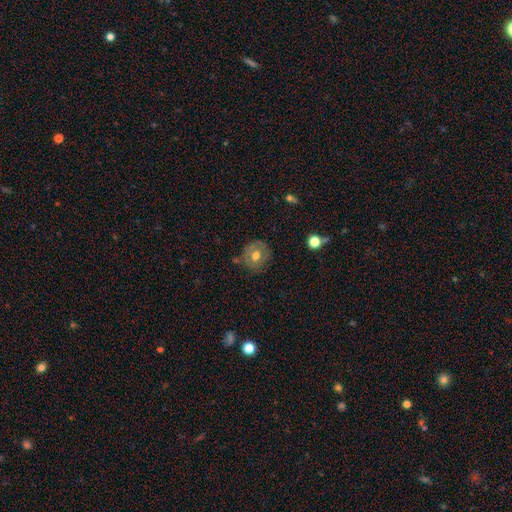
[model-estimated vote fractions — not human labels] smooth 54%, featured or disk 38%, star or artifact 8%. Down the decision tree: how rounded — round (80%); merging — none (73%).